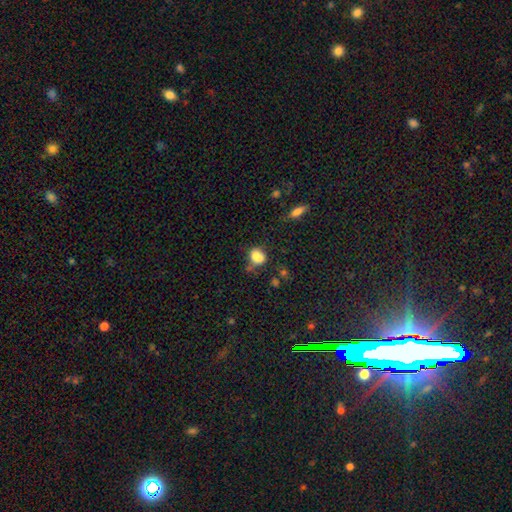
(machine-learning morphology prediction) Smooth or featured?
  - smooth: 79% *
  - star or artifact: 12%
  - featured or disk: 9%
How rounded?
  - in between: 54% *
  - round: 45%
  - cigar-shaped: 1%
Merging?
  - none: 45% *
  - minor disturbance: 24%
  - merger: 20%
  - major disturbance: 11%